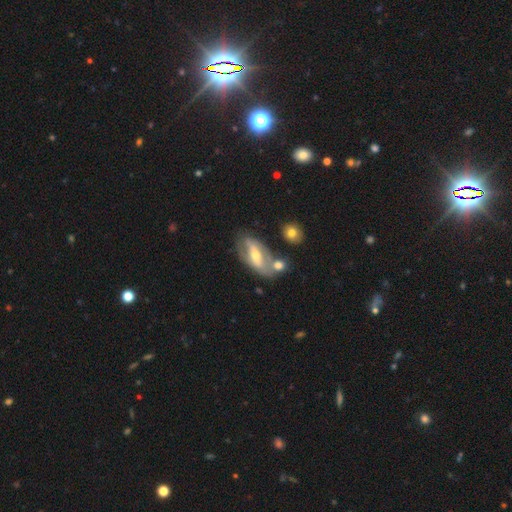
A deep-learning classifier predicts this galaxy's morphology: The model was most divided on "spiral arms": yes: 54%, no: 46%. More confident: edge-on disk — no (80%); smooth or featured — featured or disk (68%); bulge size — moderate (59%); merging — none (57%); bar — strong (52%).